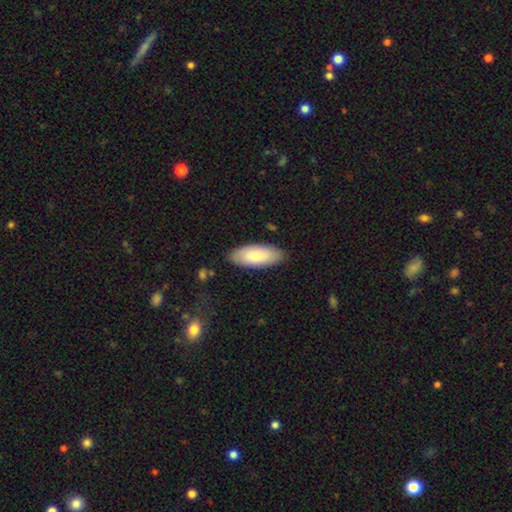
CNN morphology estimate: A smooth galaxy with no disk features (82%) that is in between round and cigar-shaped (84%).

Vote fractions:
- Smooth or featured? smooth: 82% / featured or disk: 13% / star or artifact: 5%
- How rounded? in between: 84% / cigar-shaped: 15% / round: 2%
- Merging? none: 84% / minor disturbance: 12% / major disturbance: 2% / merger: 1%